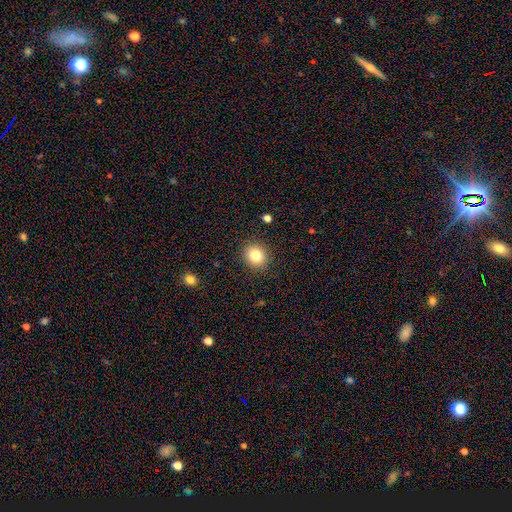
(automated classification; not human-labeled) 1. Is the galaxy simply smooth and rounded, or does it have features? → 82% smooth, 11% star or artifact, 7% featured or disk.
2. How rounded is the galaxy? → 74% round, 25% in between, 1% cigar-shaped.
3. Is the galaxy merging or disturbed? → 90% none, 7% minor disturbance, 2% major disturbance, 1% merger.